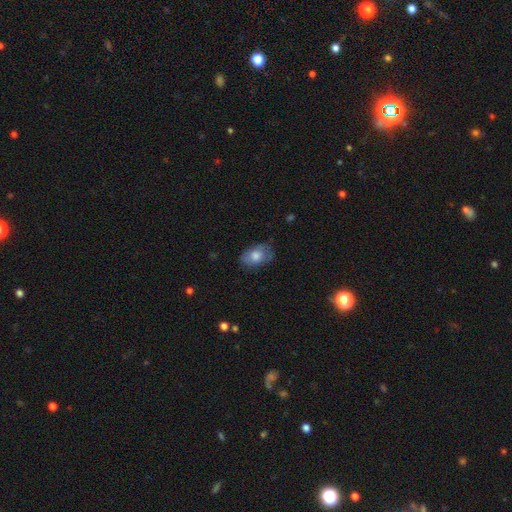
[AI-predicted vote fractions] Morphology: type=smooth (71%); roundness=in between (87%); merging=none (70%).